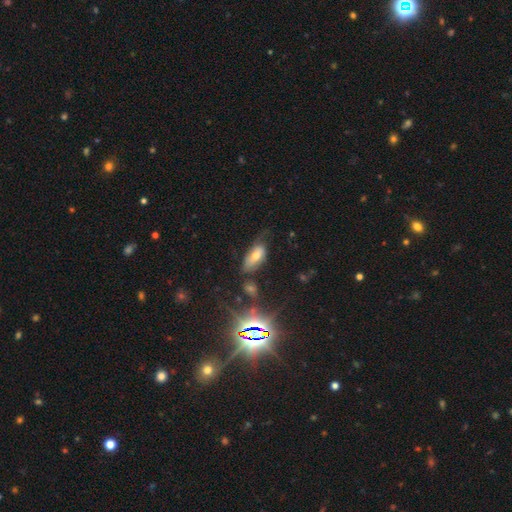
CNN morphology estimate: This is possibly a smooth galaxy (59%). How rounded: clearly in between (87%). Merging: possibly none (46%).